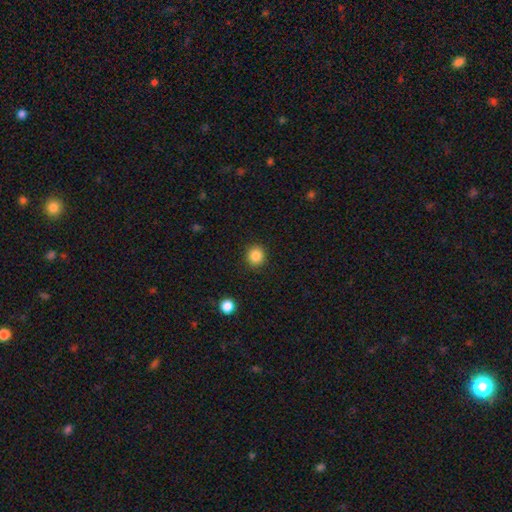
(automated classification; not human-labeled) smooth-or-featured: smooth: 86% | star or artifact: 10% | featured or disk: 4%
  how-rounded: round: 89% | in between: 10% | cigar-shaped: 1%
  merging: none: 91% | minor disturbance: 6% | major disturbance: 2% | merger: 1%